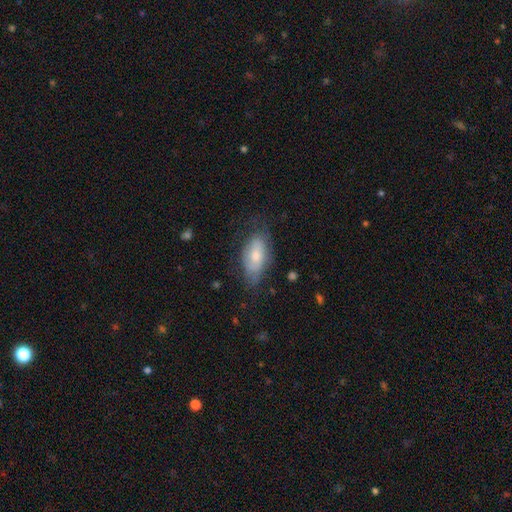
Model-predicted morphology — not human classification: Smooth or featured? Predicted: smooth (p=0.64). How rounded? Predicted: in between (p=0.91). Merging? Predicted: none (p=0.58).